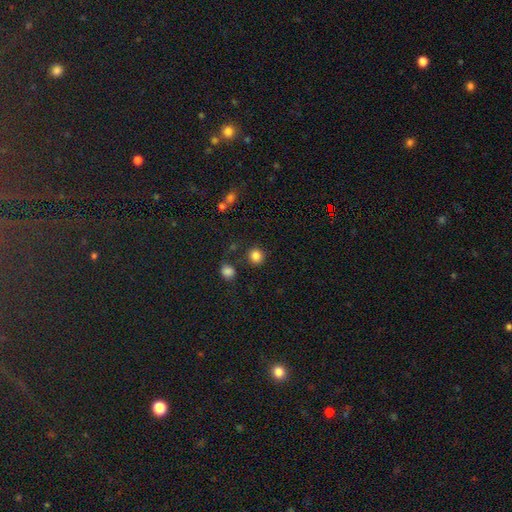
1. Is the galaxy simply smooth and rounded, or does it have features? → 90% smooth, 8% featured or disk, 3% star or artifact.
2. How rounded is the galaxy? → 89% round, 11% in between, 0% cigar-shaped.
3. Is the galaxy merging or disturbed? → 87% none, 8% merger, 3% minor disturbance, 3% major disturbance.